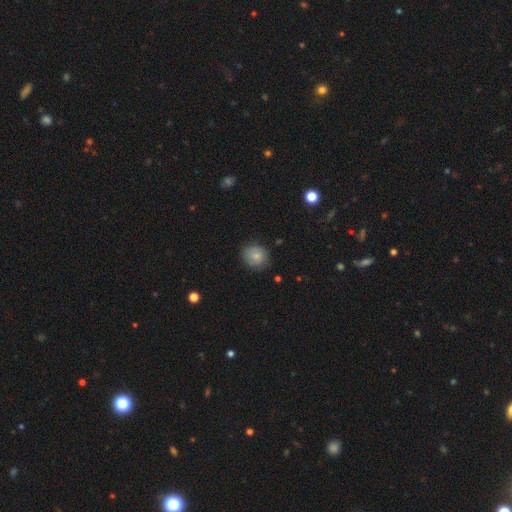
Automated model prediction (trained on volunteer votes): Smooth or featured? Predicted: smooth (p=0.74). How rounded? Predicted: round (p=0.83). Merging? Predicted: none (p=0.77).